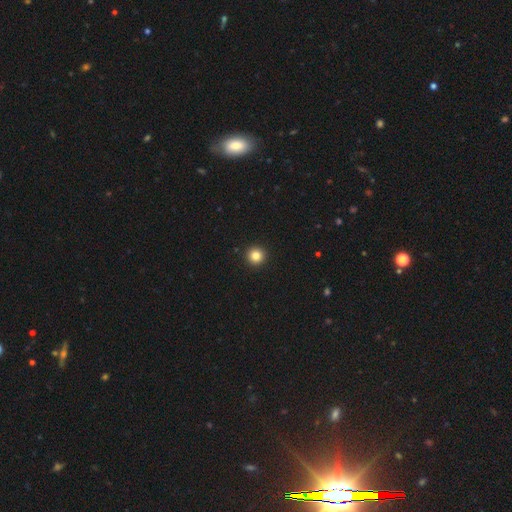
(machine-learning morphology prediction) type=smooth (83%); roundness=round (96%); merging=none (94%).